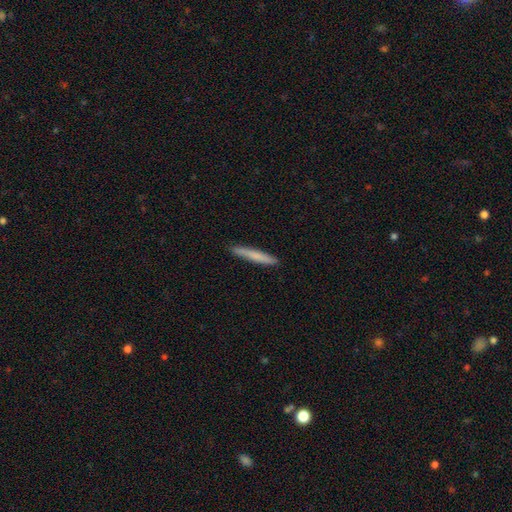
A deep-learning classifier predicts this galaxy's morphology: smooth_or_featured: smooth (p=0.73) [alt: featured or disk p=0.21]
how_rounded: cigar-shaped (p=0.96) [alt: in between p=0.03]
merging: none (p=0.91) [alt: minor disturbance p=0.07]